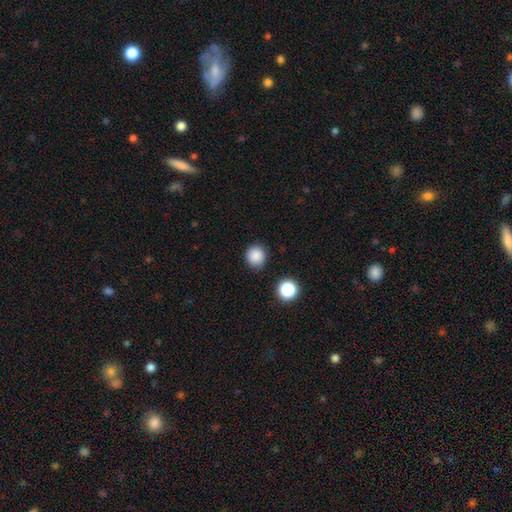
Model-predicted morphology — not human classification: Smooth or featured: smooth — 85% (star or artifact — 11%)
How rounded: round — 90% (in between — 9%)
Merging: none — 88% (minor disturbance — 8%)